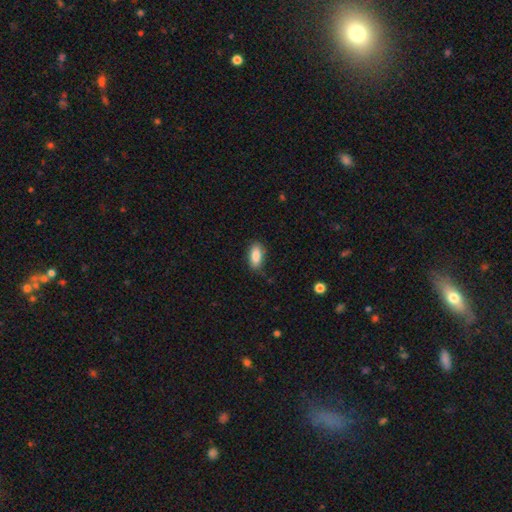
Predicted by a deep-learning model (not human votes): This appears to be a smooth galaxy with no disk features (86%) that is in between round and cigar-shaped (86%). Merging: none (80%).